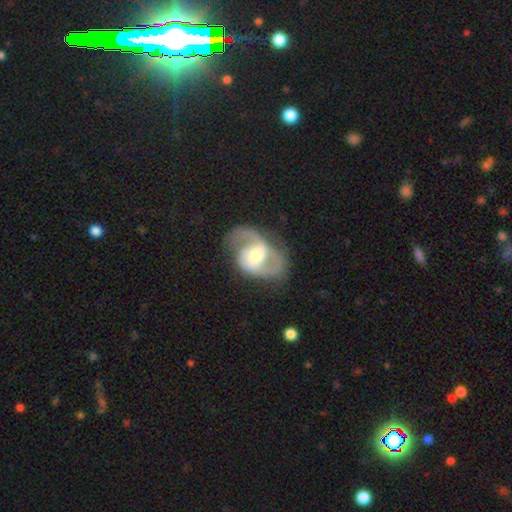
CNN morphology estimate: Smooth or featured? featured or disk (87%)
Edge-on disk? no (97%)
Bar? weak (49%)
Spiral arms? yes (96%)
Spiral winding? medium (55%)
Spiral arm count? 2 (85%)
Bulge size? moderate (61%)
Merging? none (66%)